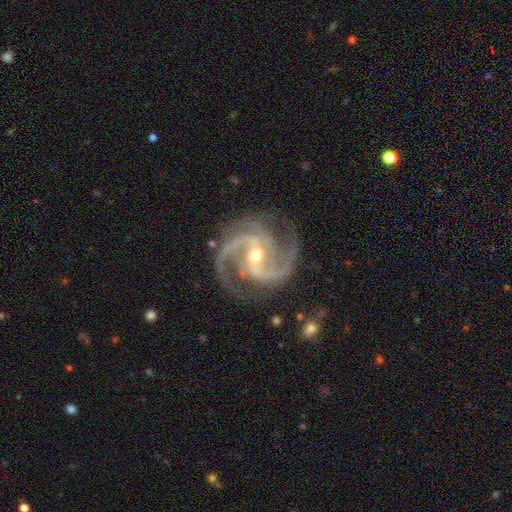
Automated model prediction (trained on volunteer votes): smooth-or-featured: featured or disk: 94% | star or artifact: 4% | smooth: 2%
  disk-edge-on: no: 98% | yes: 2%
    bar: weak: 41% | strong: 36% | no: 22%
    has-spiral-arms: yes: 99% | no: 1%
      spiral-winding: medium: 62% | tight: 29% | loose: 9%
      spiral-arm-count: 2: 50% | 3: 35% | 4: 5% | can't tell: 4% | 1: 3% | more than 4: 3%
    bulge-size: small: 49% | moderate: 48% | large: 1% | none: 1% | dominant: 1%
  merging: none: 79% | minor disturbance: 14% | major disturbance: 5% | merger: 1%